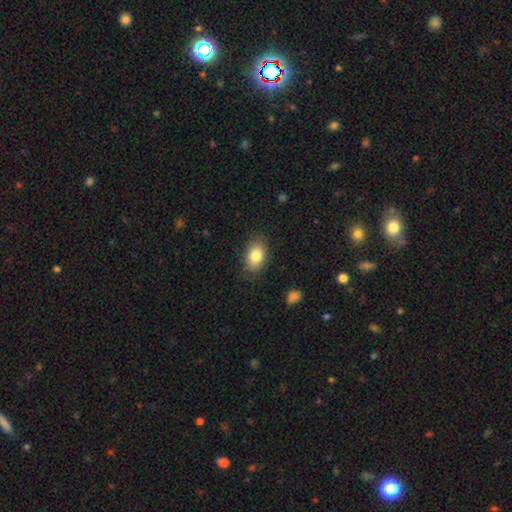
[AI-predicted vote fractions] Smooth or featured? smooth (83%)
How rounded? in between (87%)
Merging? none (83%)